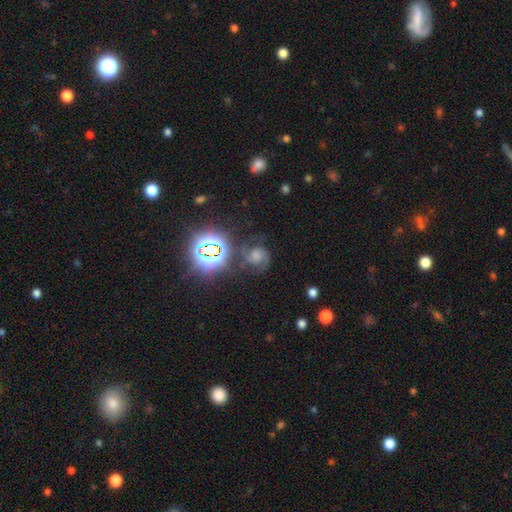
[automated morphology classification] Smooth or featured?
  - featured or disk: 49% *
  - star or artifact: 35%
  - smooth: 16%
Merging?
  - none: 68% *
  - minor disturbance: 17%
  - major disturbance: 11%
  - merger: 5%